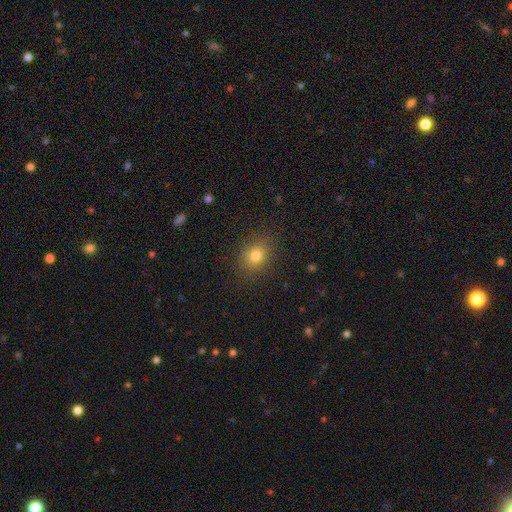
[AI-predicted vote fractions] Smooth or featured?
  - smooth: 79% *
  - star or artifact: 13%
  - featured or disk: 8%
How rounded?
  - round: 59% *
  - in between: 40%
  - cigar-shaped: 1%
Merging?
  - none: 85% *
  - minor disturbance: 11%
  - major disturbance: 3%
  - merger: 1%